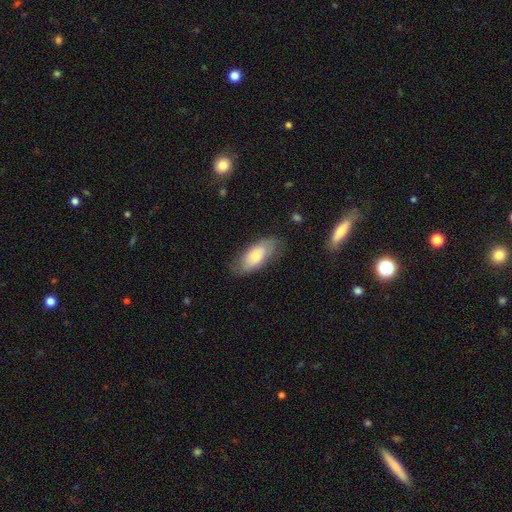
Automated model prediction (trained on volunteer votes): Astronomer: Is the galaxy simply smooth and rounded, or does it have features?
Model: smooth — 62%.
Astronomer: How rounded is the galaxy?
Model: in between — 87%.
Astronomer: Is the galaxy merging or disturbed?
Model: none — 70%.